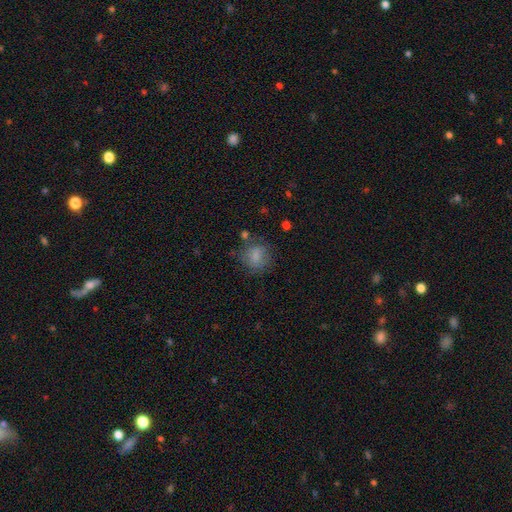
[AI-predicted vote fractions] A smooth galaxy with no disk features (75%) that is round (69%). Merging: none (65%).